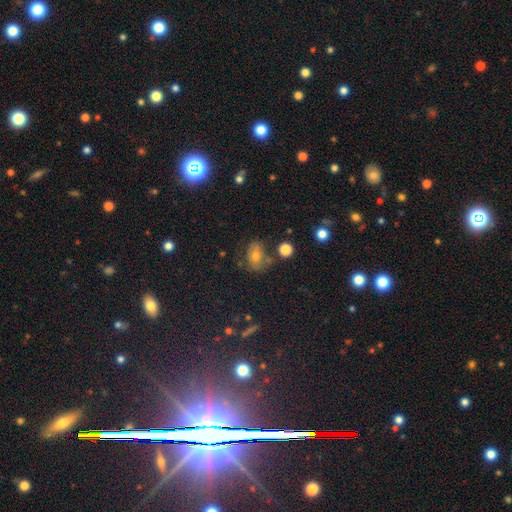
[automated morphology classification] Smooth or featured: smooth — 55% (star or artifact — 23%)
How rounded: in between — 69% (round — 29%)
Merging: none — 62% (minor disturbance — 21%)